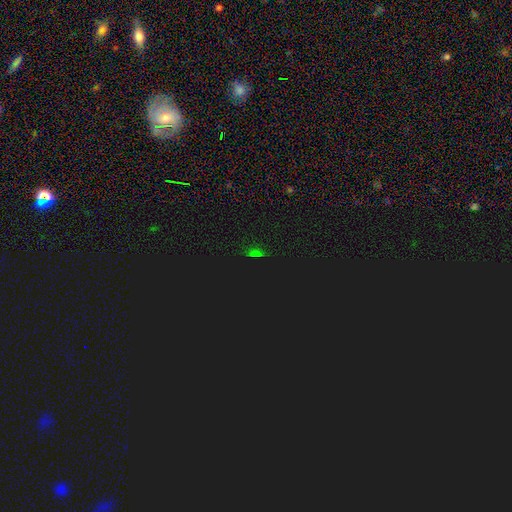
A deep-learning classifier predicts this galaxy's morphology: smooth_or_featured: star or artifact (p=0.65) [alt: smooth p=0.24]